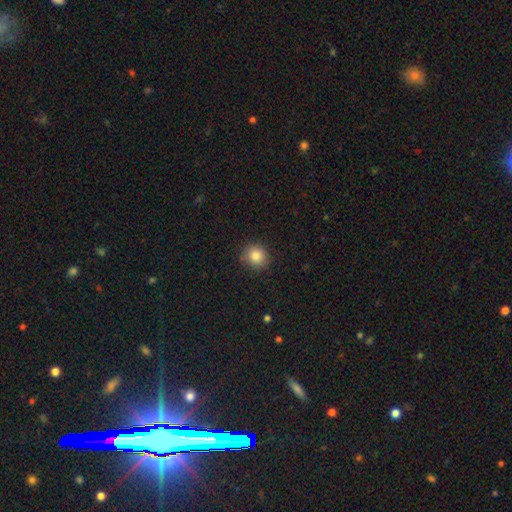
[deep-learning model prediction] A smooth galaxy with no disk features (85%) that is round (84%).

Vote fractions:
- Smooth or featured? smooth: 85% / star or artifact: 10% / featured or disk: 5%
- How rounded? round: 84% / in between: 15% / cigar-shaped: 1%
- Merging? none: 86% / minor disturbance: 11% / major disturbance: 2% / merger: 1%